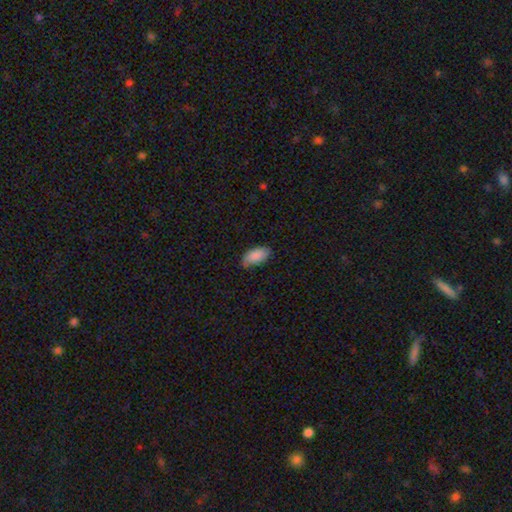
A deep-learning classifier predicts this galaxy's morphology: The model was most divided on "merging": none: 70%, minor disturbance: 25%, major disturbance: 4%, merger: 1%. More confident: how rounded — in between (94%); smooth or featured — smooth (87%).